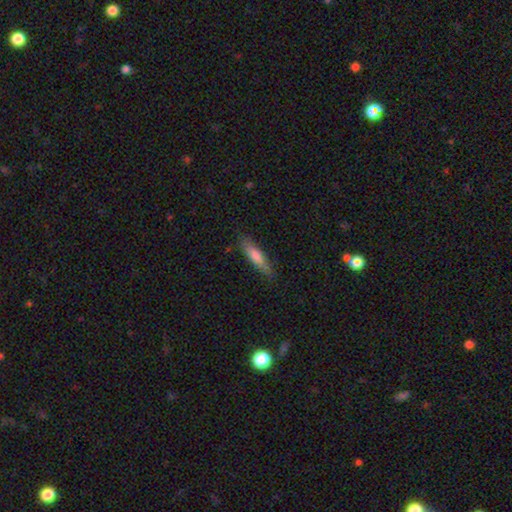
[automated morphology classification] smooth 72%, featured or disk 22%, star or artifact 6%. Down the decision tree: how rounded — cigar-shaped (77%); merging — none (81%).